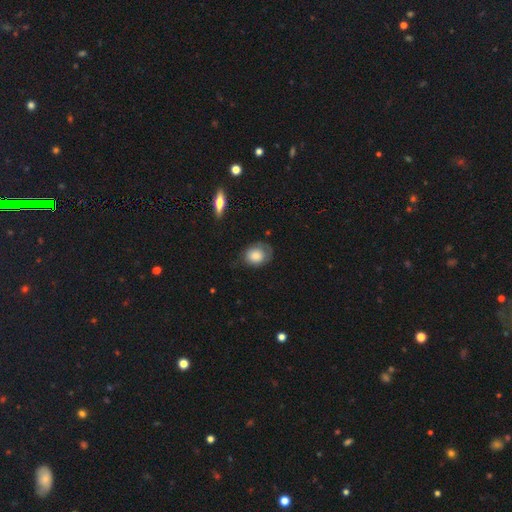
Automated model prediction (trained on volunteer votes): Q: Smooth or featured?
A: smooth (76%); runner-up: featured or disk (17%)
Q: How rounded?
A: in between (50%); runner-up: round (49%)
Q: Merging?
A: none (57%); runner-up: minor disturbance (30%)